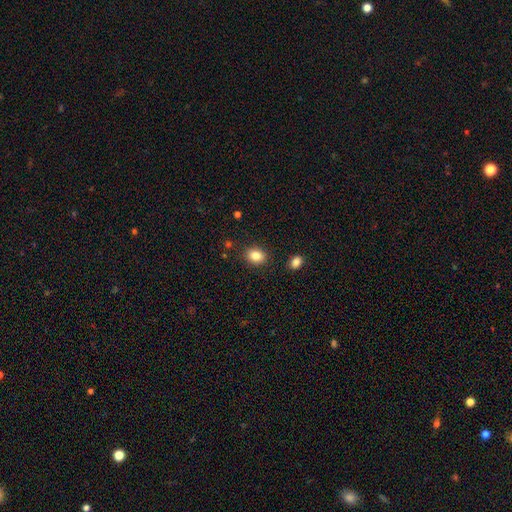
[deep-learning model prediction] smooth 84%, star or artifact 10%, featured or disk 6%. Down the decision tree: how rounded — in between (51%); merging — none (87%).